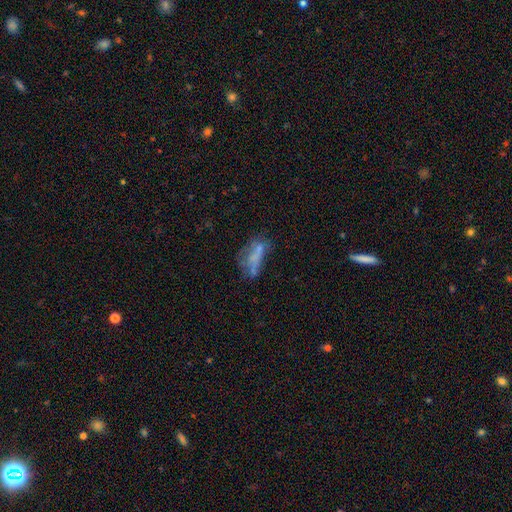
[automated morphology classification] smooth_or_featured: smooth (p=0.45) [alt: featured or disk p=0.39]
merging: none (p=0.34) [alt: major disturbance p=0.27]